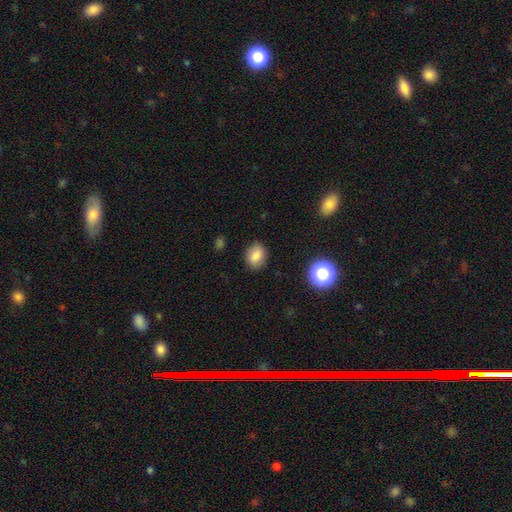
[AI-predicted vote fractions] Smooth or featured: smooth — 81% (star or artifact — 11%)
How rounded: in between — 58% (round — 41%)
Merging: none — 84% (minor disturbance — 11%)